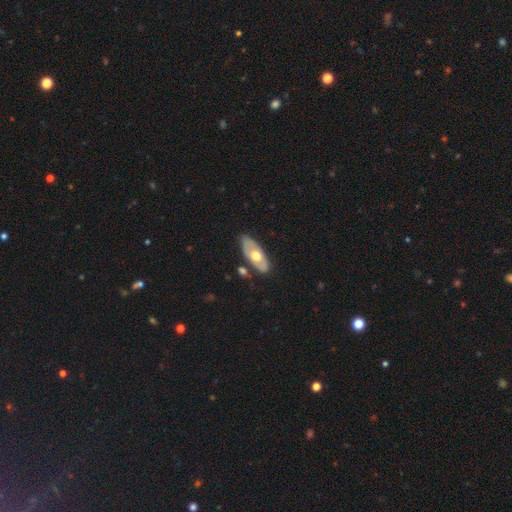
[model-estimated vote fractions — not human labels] This appears to be a featured or disk galaxy (53%). Merging: none (75%).